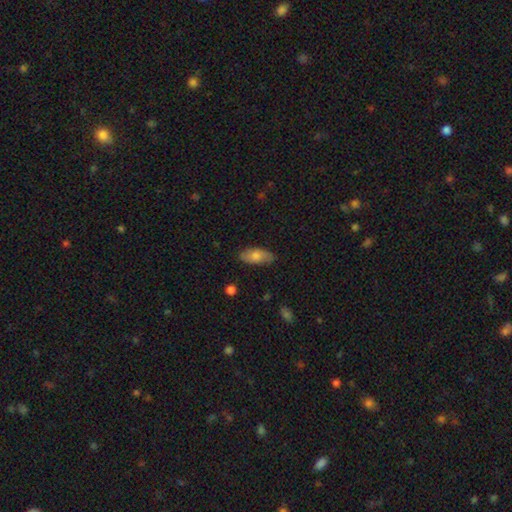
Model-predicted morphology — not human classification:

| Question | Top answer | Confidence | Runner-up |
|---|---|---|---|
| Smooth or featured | smooth | 71% | featured or disk (23%) |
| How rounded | in between | 82% | cigar-shaped (15%) |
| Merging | none | 82% | minor disturbance (14%) |